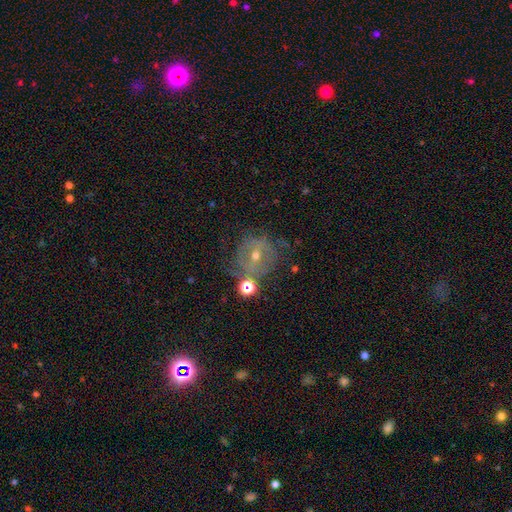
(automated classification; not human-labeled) Smooth or featured? featured or disk (61%)
Edge-on disk? no (95%)
Bar? weak (41%)
Spiral arms? yes (66%)
Bulge size? moderate (50%)
Merging? none (60%)